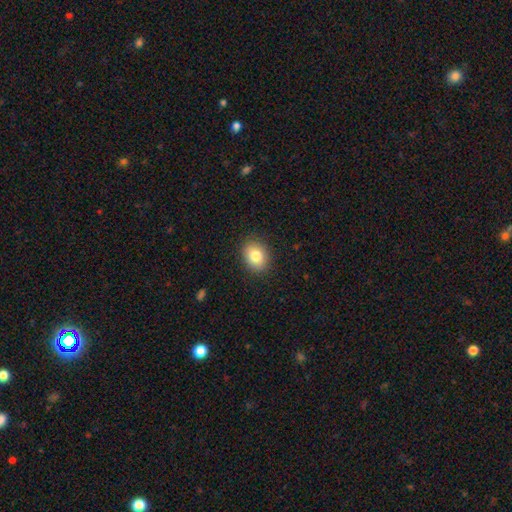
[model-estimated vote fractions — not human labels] The model was most divided on "how rounded": in between: 57%, round: 42%, cigar-shaped: 1%. More confident: merging — none (89%); smooth or featured — smooth (82%).